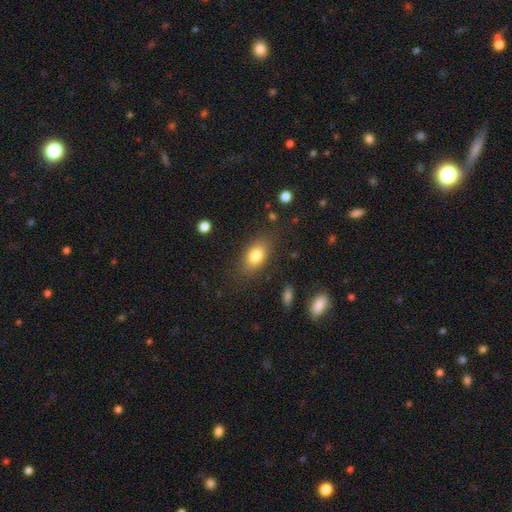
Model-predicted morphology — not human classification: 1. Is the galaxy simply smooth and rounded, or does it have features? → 80% smooth, 12% featured or disk, 9% star or artifact.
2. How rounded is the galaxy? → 85% in between, 12% round, 3% cigar-shaped.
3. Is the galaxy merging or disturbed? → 82% none, 12% minor disturbance, 4% major disturbance, 2% merger.